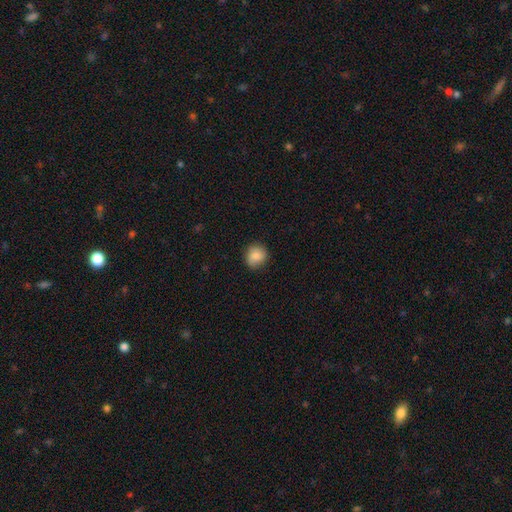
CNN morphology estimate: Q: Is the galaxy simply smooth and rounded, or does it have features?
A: smooth — 82%.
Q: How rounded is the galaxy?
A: round — 85%.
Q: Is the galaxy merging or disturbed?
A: none — 81%.